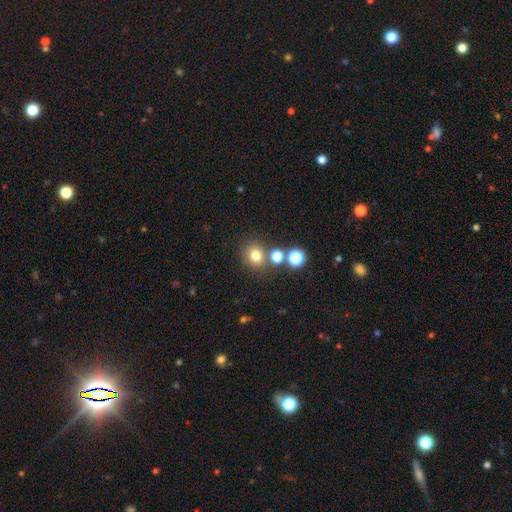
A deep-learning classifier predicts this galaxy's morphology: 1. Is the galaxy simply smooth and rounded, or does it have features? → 76% smooth, 17% star or artifact, 7% featured or disk.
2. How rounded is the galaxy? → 78% round, 22% in between, 1% cigar-shaped.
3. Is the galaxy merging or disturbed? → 73% none, 14% merger, 9% minor disturbance, 4% major disturbance.